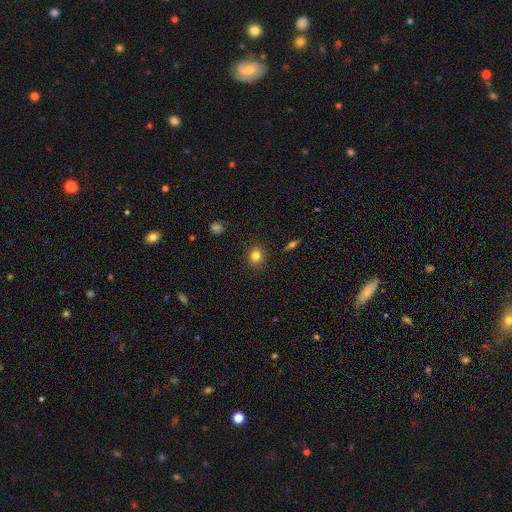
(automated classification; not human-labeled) A smooth galaxy with no disk features (81%) that is round (76%).

Vote fractions:
- Smooth or featured? smooth: 81% / star or artifact: 12% / featured or disk: 8%
- How rounded? round: 76% / in between: 23% / cigar-shaped: 1%
- Merging? none: 88% / minor disturbance: 8% / major disturbance: 2% / merger: 1%